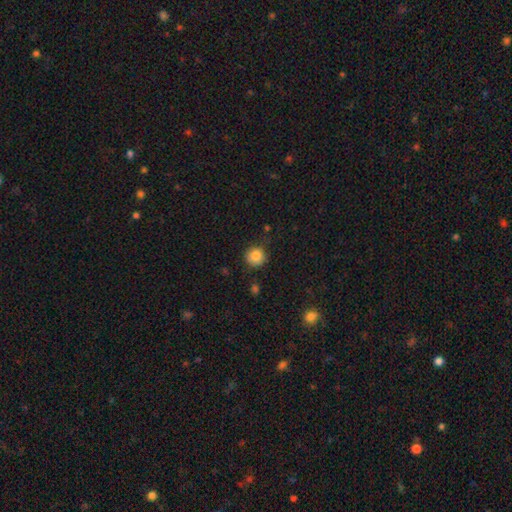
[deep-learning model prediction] A smooth galaxy with no disk features (84%) that is round (91%).

Vote fractions:
- Smooth or featured? smooth: 84% / star or artifact: 10% / featured or disk: 6%
- How rounded? round: 91% / in between: 8% / cigar-shaped: 1%
- Merging? none: 81% / minor disturbance: 14% / major disturbance: 3% / merger: 2%